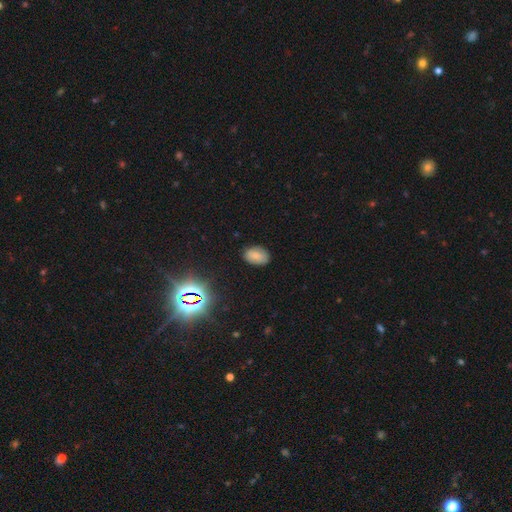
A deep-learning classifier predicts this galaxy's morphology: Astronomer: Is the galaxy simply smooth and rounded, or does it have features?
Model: smooth — 76%.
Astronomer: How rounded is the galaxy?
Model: in between — 86%.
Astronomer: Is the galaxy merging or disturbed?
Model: none — 83%.